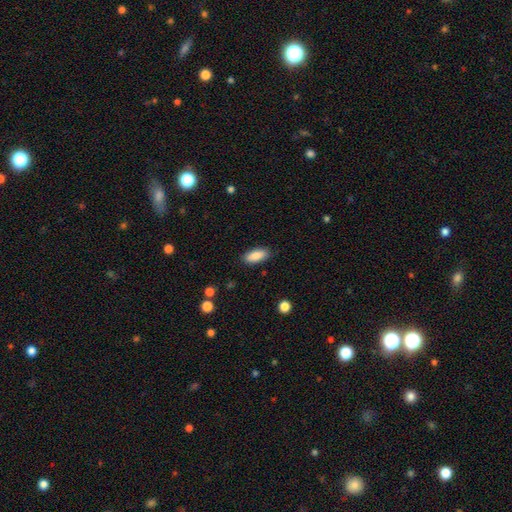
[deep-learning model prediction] Smooth or featured? smooth (88%)
How rounded? in between (84%)
Merging? none (87%)